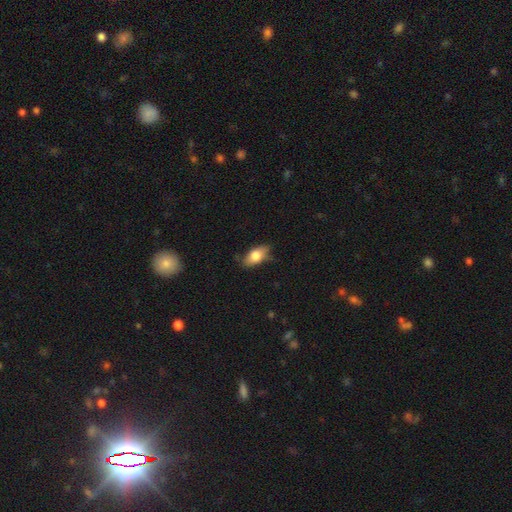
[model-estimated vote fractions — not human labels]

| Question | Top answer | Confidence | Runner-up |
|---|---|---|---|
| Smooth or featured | smooth | 73% | featured or disk (20%) |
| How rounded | in between | 87% | cigar-shaped (7%) |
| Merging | none | 70% | minor disturbance (23%) |